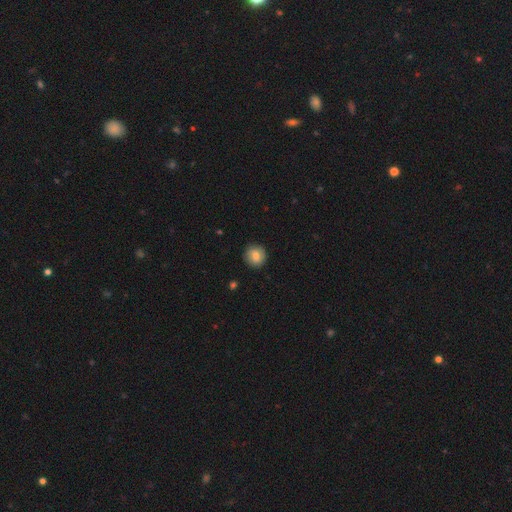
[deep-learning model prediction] Q: Smooth or featured?
A: smooth (81%); runner-up: featured or disk (11%)
Q: How rounded?
A: round (91%); runner-up: in between (8%)
Q: Merging?
A: none (90%); runner-up: minor disturbance (7%)